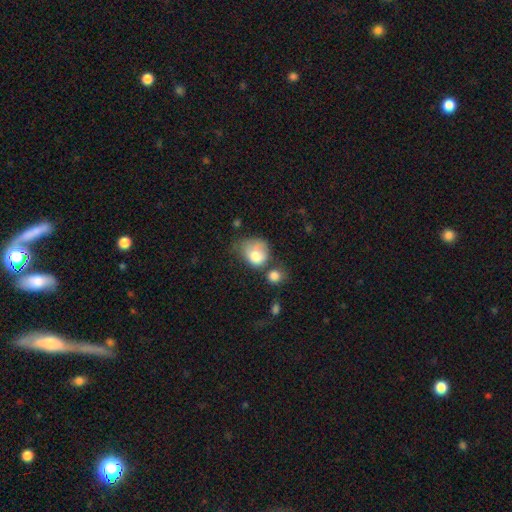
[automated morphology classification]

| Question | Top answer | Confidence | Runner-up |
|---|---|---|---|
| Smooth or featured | smooth | 76% | featured or disk (15%) |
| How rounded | round | 53% | in between (46%) |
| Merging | minor disturbance | 28% | major disturbance (25%) |